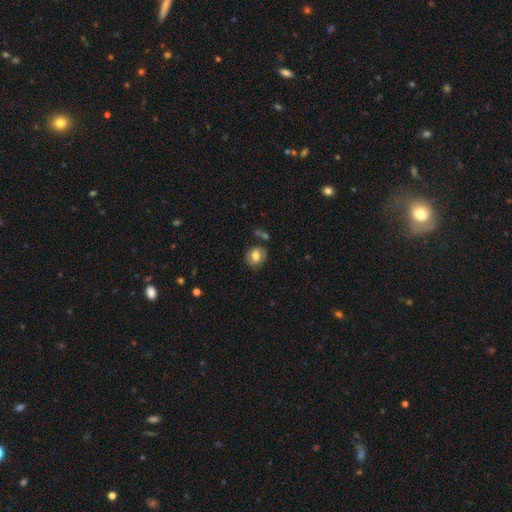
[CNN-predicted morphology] This is likely a smooth galaxy (71%). How rounded: likely round (60%). Merging: likely none (74%).